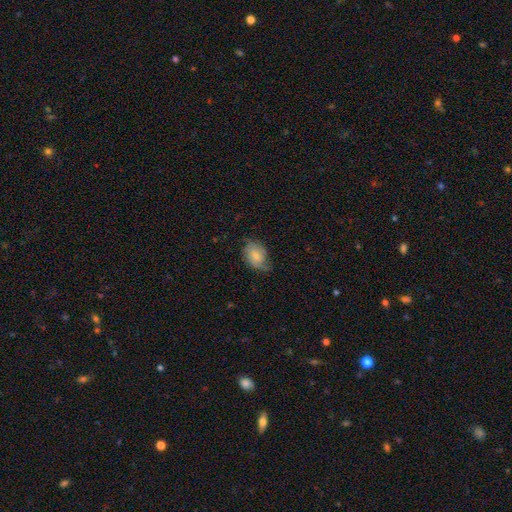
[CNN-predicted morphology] smooth 56%, featured or disk 37%, star or artifact 7%. Down the decision tree: how rounded — in between (79%); merging — none (54%).